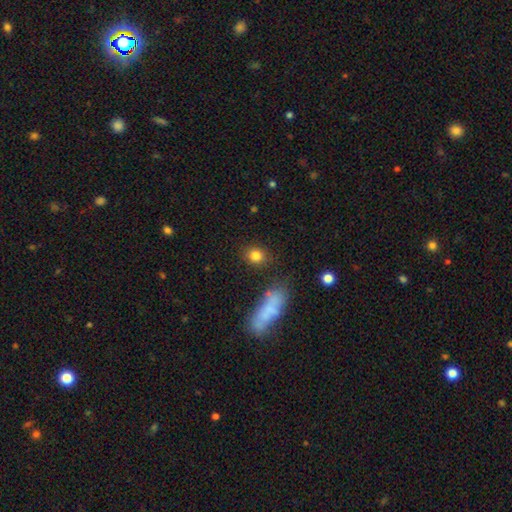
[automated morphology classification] This appears to be a smooth galaxy with no disk features (82%) that is round (64%). Merging: none (83%).